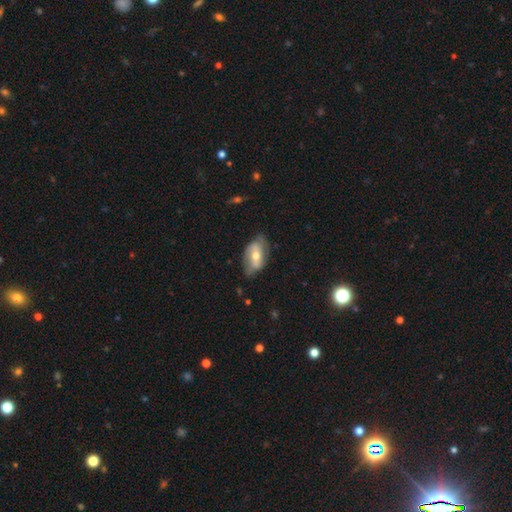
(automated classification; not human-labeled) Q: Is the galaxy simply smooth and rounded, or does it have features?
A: featured or disk — 53%.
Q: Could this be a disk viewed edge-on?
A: no — 88%.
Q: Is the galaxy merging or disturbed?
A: none — 61%.